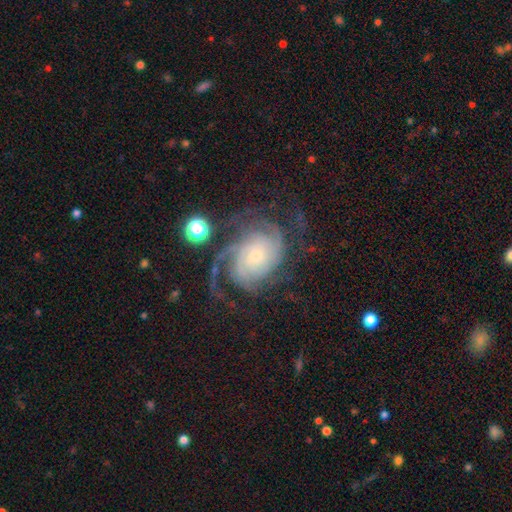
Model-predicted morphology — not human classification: Overall: featured or disk (88%). Edge-on disk: no (98%). Bar: no (75%). Spiral arms: yes (97%). Spiral arm count: 3 (25%; can't tell 22%). Spiral winding: tight (58%; medium 32%). Bulge size: small (68%). Merging: none (61%).